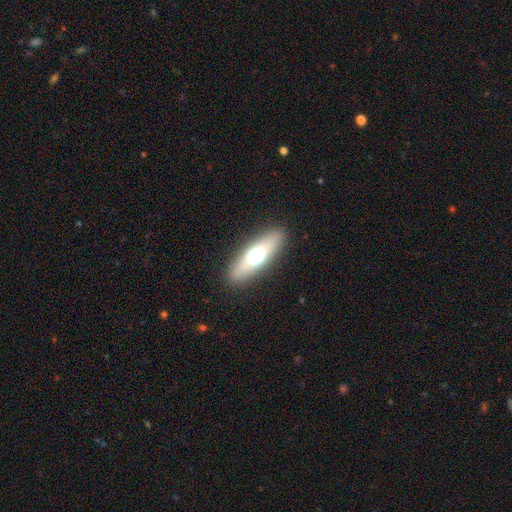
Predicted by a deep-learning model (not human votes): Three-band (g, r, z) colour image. It shows a smooth galaxy with no disk features (54%) that is in between round and cigar-shaped (50%). Merging: none (89%).